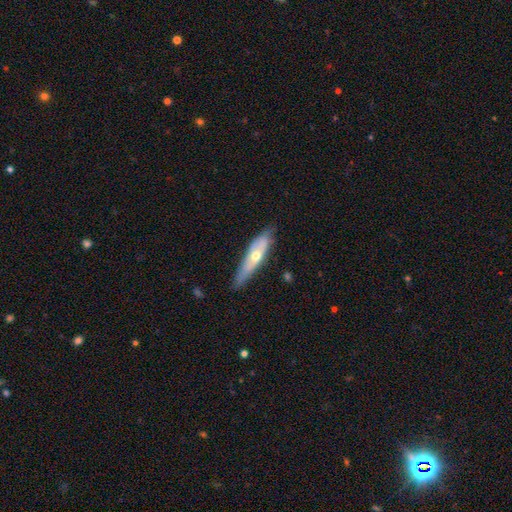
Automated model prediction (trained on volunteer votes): Smooth or featured: featured or disk — 50% (smooth — 44%)
Edge-on disk: yes — 62% (no — 38%)
Merging: none — 68% (minor disturbance — 25%)